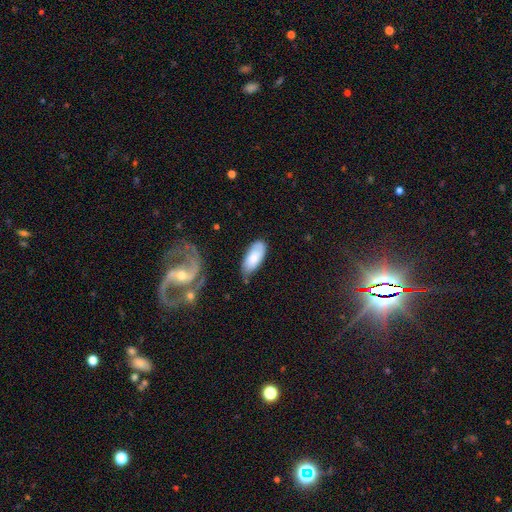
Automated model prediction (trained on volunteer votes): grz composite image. It shows a smooth galaxy with no disk features (76%) that is in between round and cigar-shaped (85%). Merging: none (62%).